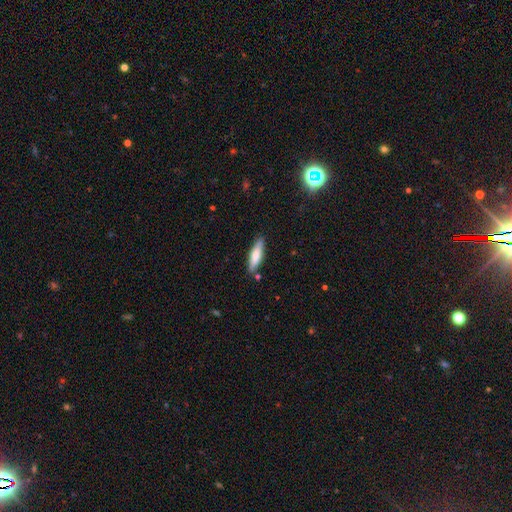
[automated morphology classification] Smooth or featured?
  - smooth: 72% *
  - featured or disk: 22%
  - star or artifact: 6%
How rounded?
  - cigar-shaped: 67% *
  - in between: 32%
  - round: 2%
Merging?
  - none: 83% *
  - minor disturbance: 12%
  - merger: 3%
  - major disturbance: 2%